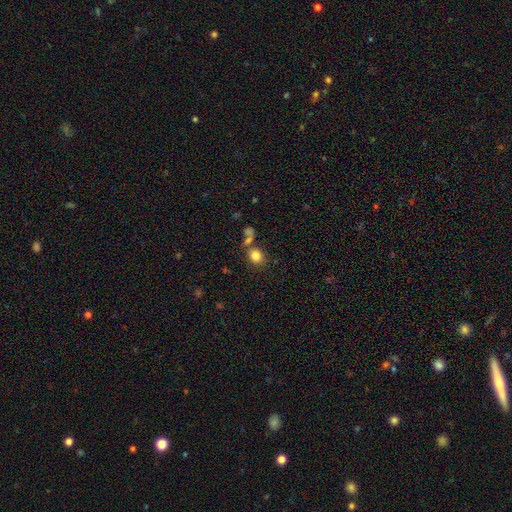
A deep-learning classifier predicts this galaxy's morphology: Smooth or featured?
  - smooth: 81% *
  - star or artifact: 11%
  - featured or disk: 8%
How rounded?
  - round: 68% *
  - in between: 31%
  - cigar-shaped: 1%
Merging?
  - none: 64% *
  - merger: 19%
  - minor disturbance: 12%
  - major disturbance: 6%